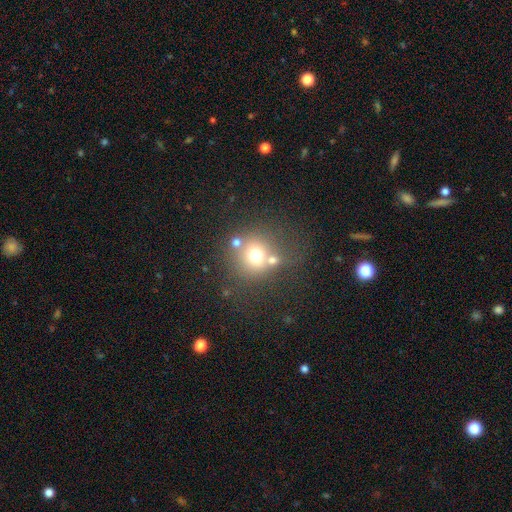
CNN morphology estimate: Overall: smooth (67%). How rounded: round (85%). Merging: none (57%; merger 25%).